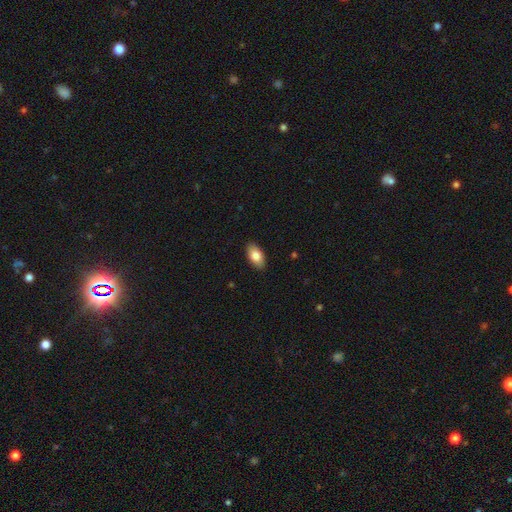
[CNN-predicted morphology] Smooth or featured: smooth — 82% (featured or disk — 12%)
How rounded: in between — 93% (round — 4%)
Merging: none — 89% (minor disturbance — 8%)